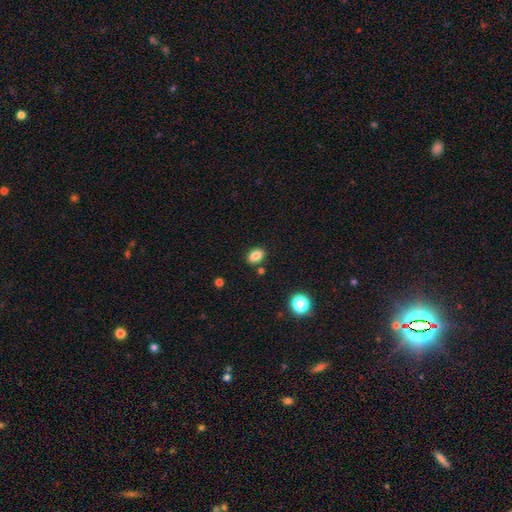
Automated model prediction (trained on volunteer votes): Smooth or featured?
  - smooth: 84% *
  - star or artifact: 10%
  - featured or disk: 6%
How rounded?
  - in between: 79% *
  - round: 20%
  - cigar-shaped: 1%
Merging?
  - none: 85% *
  - minor disturbance: 9%
  - merger: 4%
  - major disturbance: 2%